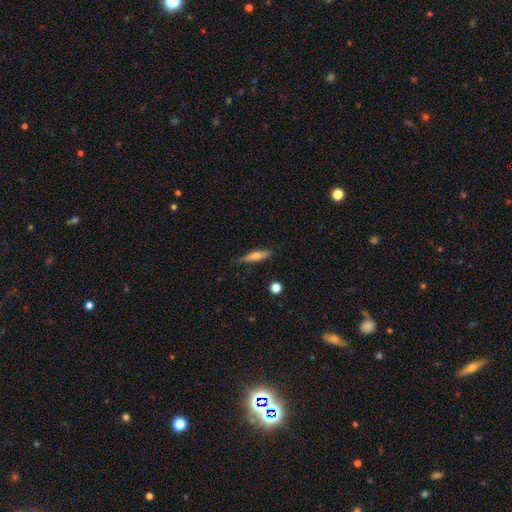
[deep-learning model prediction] Smooth or featured? Predicted: smooth (p=0.63). How rounded? Predicted: cigar-shaped (p=0.81). Merging? Predicted: none (p=0.81).